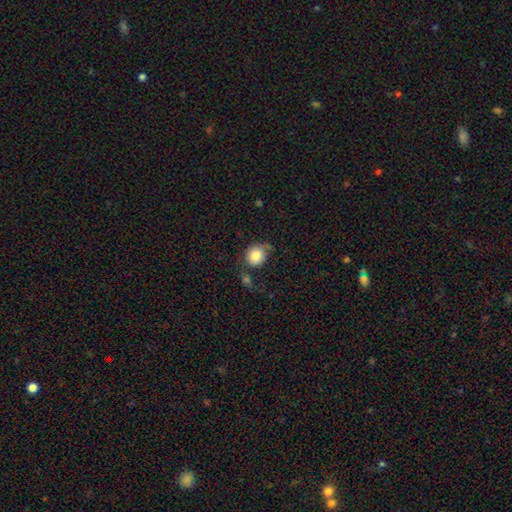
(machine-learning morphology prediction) Smooth or featured? Predicted: smooth (p=0.84). How rounded? Predicted: round (p=0.80). Merging? Predicted: none (p=0.50).